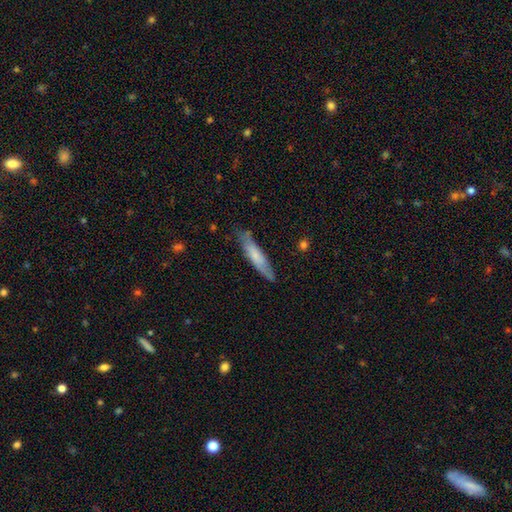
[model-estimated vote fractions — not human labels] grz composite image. It shows a smooth galaxy with no disk features (61%) that is cigar-shaped (83%). Merging: none (76%).